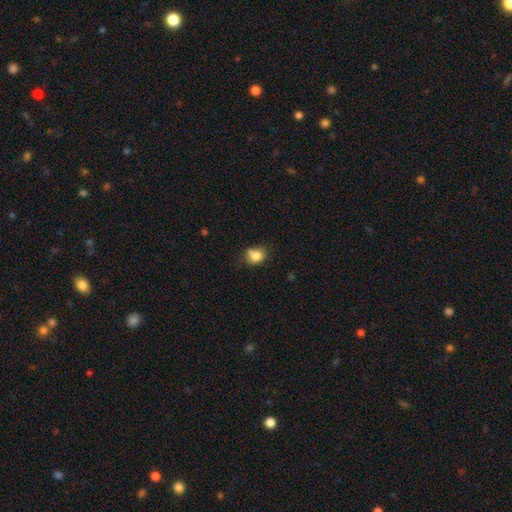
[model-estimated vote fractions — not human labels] A smooth galaxy with no disk features (81%) that is round (62%).

Vote fractions:
- Smooth or featured? smooth: 81% / star or artifact: 11% / featured or disk: 8%
- How rounded? round: 62% / in between: 37% / cigar-shaped: 1%
- Merging? none: 57% / minor disturbance: 26% / merger: 11% / major disturbance: 7%